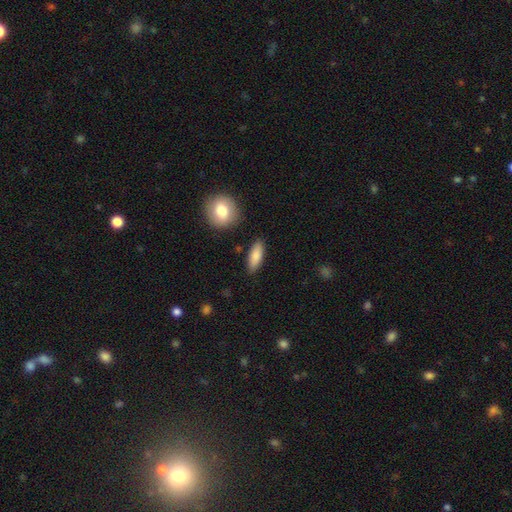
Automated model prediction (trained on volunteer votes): Smooth or featured? Predicted: smooth (p=0.83). How rounded? Predicted: in between (p=0.63). Merging? Predicted: none (p=0.85).